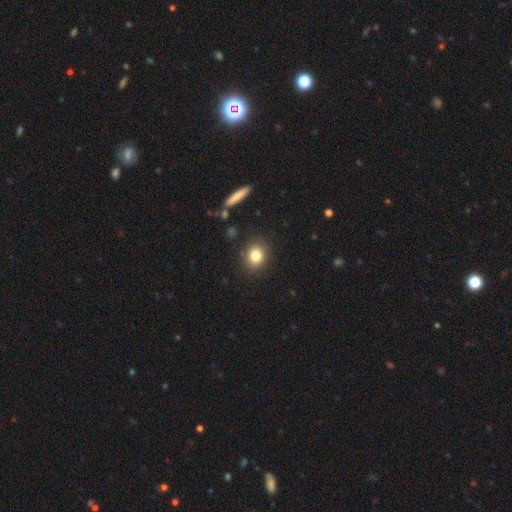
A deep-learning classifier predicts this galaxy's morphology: Smooth or featured?
  - smooth: 81% *
  - star or artifact: 11%
  - featured or disk: 8%
How rounded?
  - round: 71% *
  - in between: 28%
  - cigar-shaped: 1%
Merging?
  - none: 87% *
  - minor disturbance: 9%
  - major disturbance: 3%
  - merger: 2%